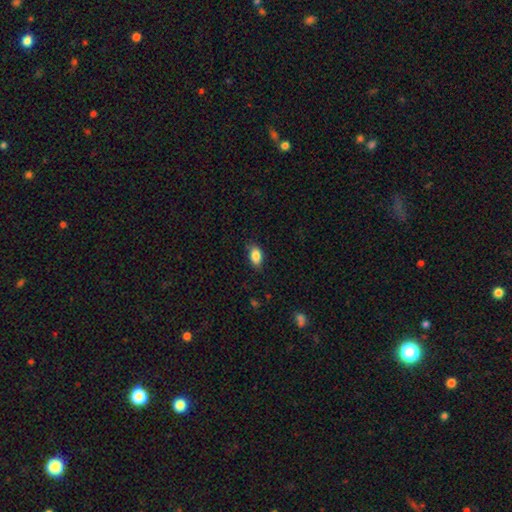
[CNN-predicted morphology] Smooth or featured?
  - smooth: 85% *
  - star or artifact: 8%
  - featured or disk: 7%
How rounded?
  - in between: 88% *
  - round: 9%
  - cigar-shaped: 3%
Merging?
  - none: 81% *
  - minor disturbance: 15%
  - major disturbance: 3%
  - merger: 1%